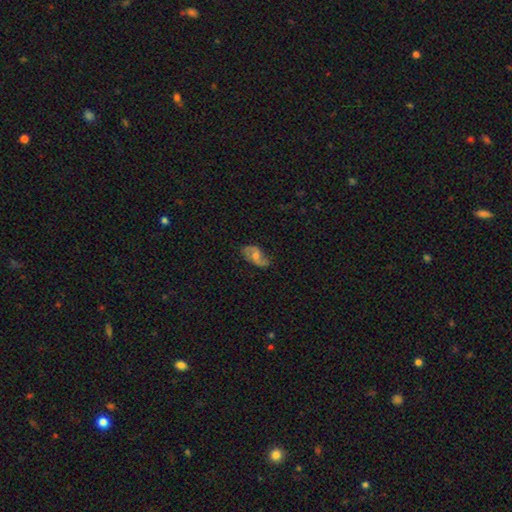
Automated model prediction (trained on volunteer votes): Smooth or featured?
  - featured or disk: 76% *
  - smooth: 17%
  - star or artifact: 7%
Edge-on disk?
  - no: 96% *
  - yes: 4%
Bar?
  - no: 50% *
  - weak: 40%
  - strong: 10%
Spiral arms?
  - yes: 92% *
  - no: 8%
Spiral winding?
  - loose: 47% *
  - medium: 40%
  - tight: 13%
Spiral arm count?
  - 2: 90% *
  - can't tell: 4%
  - 1: 3%
  - 3: 1%
  - 4: 1%
  - more than 4: 1%
Bulge size?
  - moderate: 58% *
  - small: 32%
  - none: 4%
  - large: 4%
  - dominant: 1%
Merging?
  - none: 77% *
  - minor disturbance: 16%
  - major disturbance: 5%
  - merger: 1%